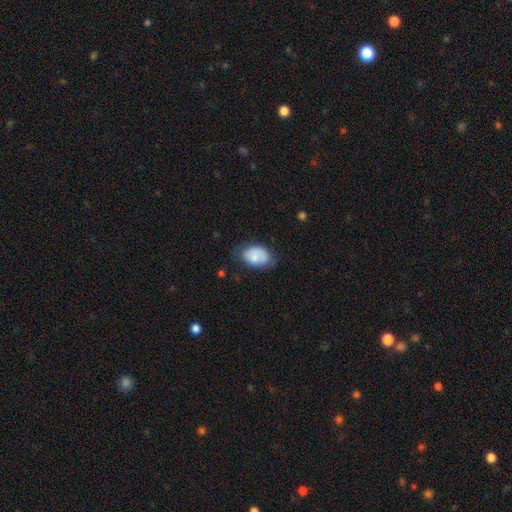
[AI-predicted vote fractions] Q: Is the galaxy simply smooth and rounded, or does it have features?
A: smooth — 76%.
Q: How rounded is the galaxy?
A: in between — 88%.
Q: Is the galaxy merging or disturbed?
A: none — 63%.